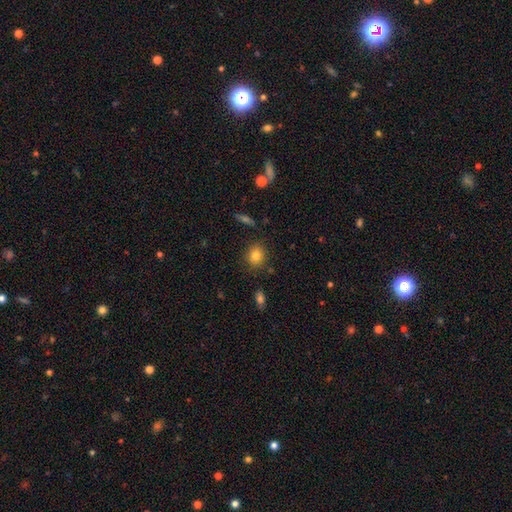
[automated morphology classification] A smooth galaxy with no disk features (81%) that is round (71%). Merging: none (86%).